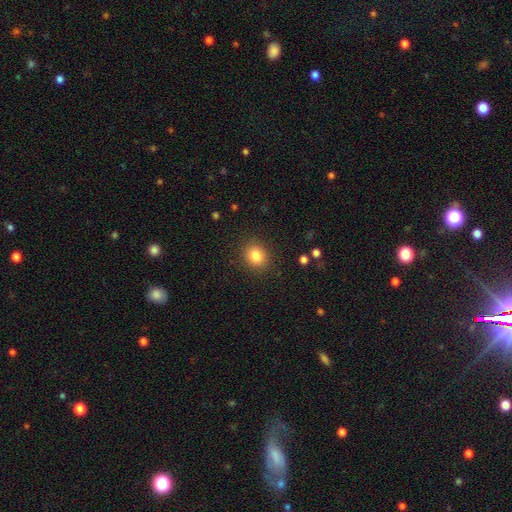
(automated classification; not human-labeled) Smooth or featured? smooth (83%)
How rounded? round (73%)
Merging? none (89%)